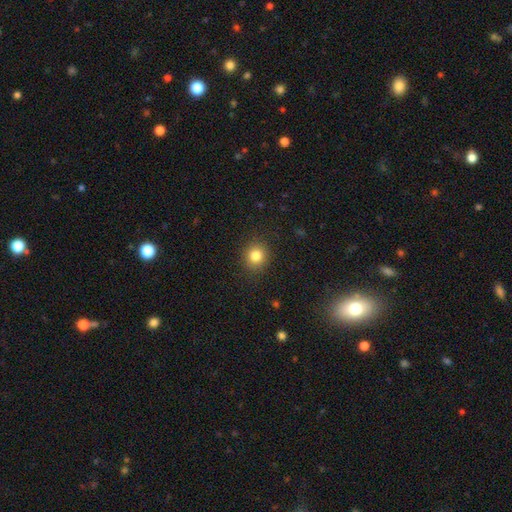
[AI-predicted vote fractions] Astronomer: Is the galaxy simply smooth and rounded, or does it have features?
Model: smooth — 82%.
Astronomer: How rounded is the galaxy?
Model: round — 83%.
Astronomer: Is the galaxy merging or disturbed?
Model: none — 89%.